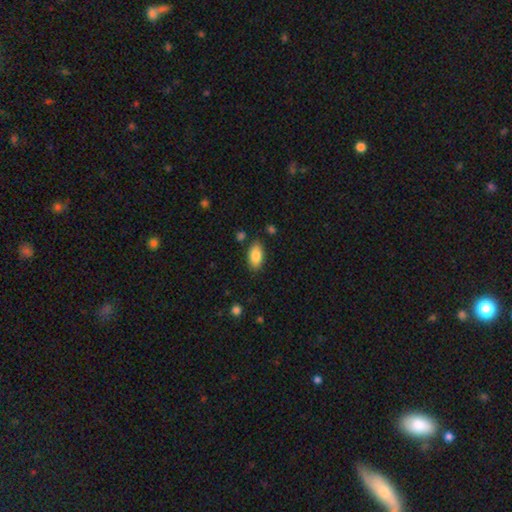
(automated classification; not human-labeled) This appears to be a smooth galaxy with no disk features (84%) that is in between round and cigar-shaped (92%). Merging: none (84%).